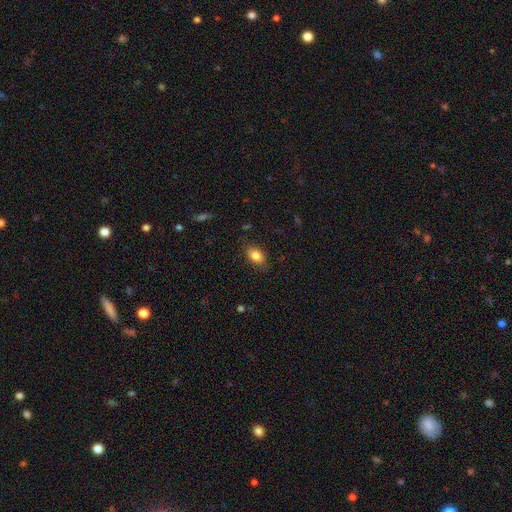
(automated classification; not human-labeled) A smooth galaxy with no disk features (84%) that is in between round and cigar-shaped (87%). Merging: none (82%).